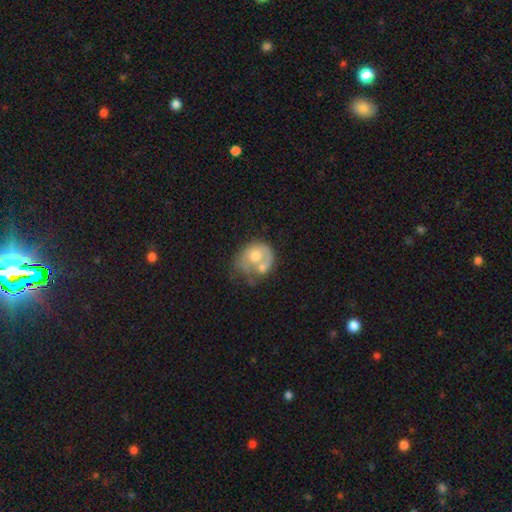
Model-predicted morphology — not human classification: This appears to be a smooth galaxy with no disk features (47%). Merging: merger (38%).